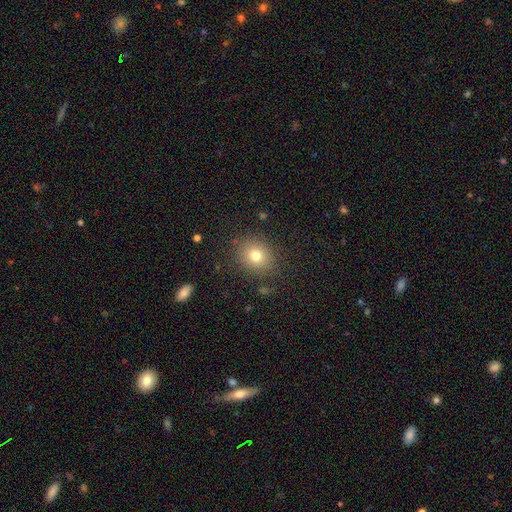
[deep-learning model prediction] This is likely a smooth galaxy (77%). How rounded: likely round (73%). Merging: clearly none (84%).